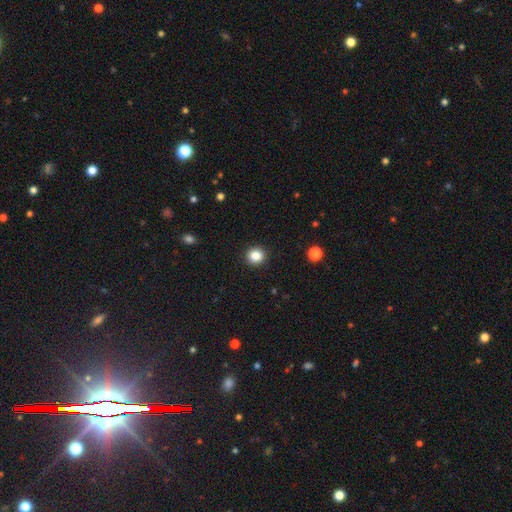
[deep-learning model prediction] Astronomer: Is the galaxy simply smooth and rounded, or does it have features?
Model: smooth — 85%.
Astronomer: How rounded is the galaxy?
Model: round — 88%.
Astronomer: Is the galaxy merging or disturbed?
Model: none — 92%.